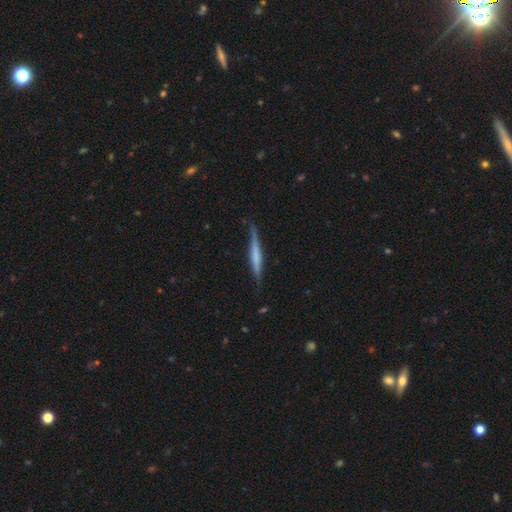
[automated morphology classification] Smooth or featured: featured or disk — 54% (smooth — 41%)
Edge-on disk: yes — 97% (no — 3%)
Edge-on bulge: none — 44% (boxy — 29%)
Merging: none — 80% (minor disturbance — 16%)